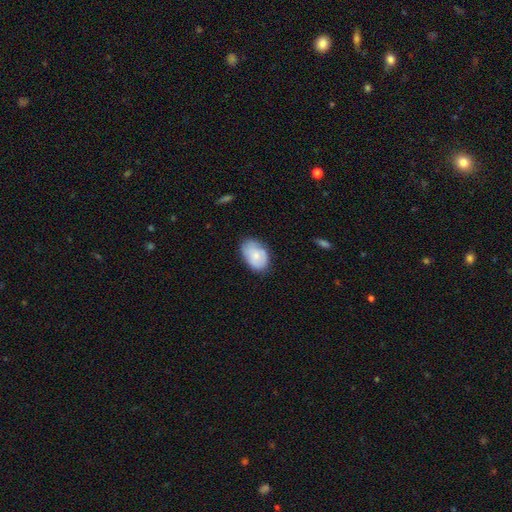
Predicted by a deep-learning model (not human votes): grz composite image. It shows a smooth galaxy with no disk features (70%) that is in between round and cigar-shaped (84%). Merging: none (63%).